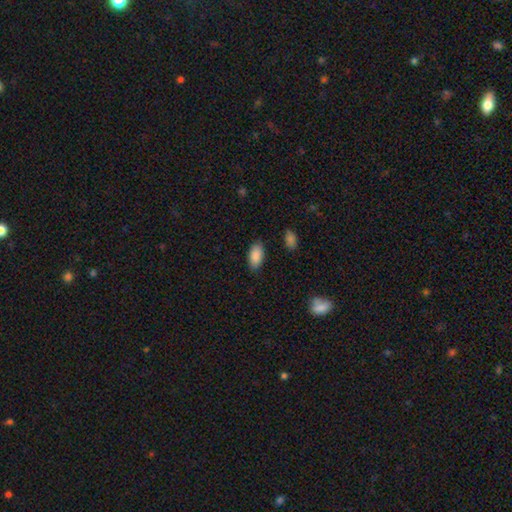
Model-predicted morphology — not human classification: Smooth or featured? Predicted: smooth (p=0.89). How rounded? Predicted: in between (p=0.94). Merging? Predicted: none (p=0.84).